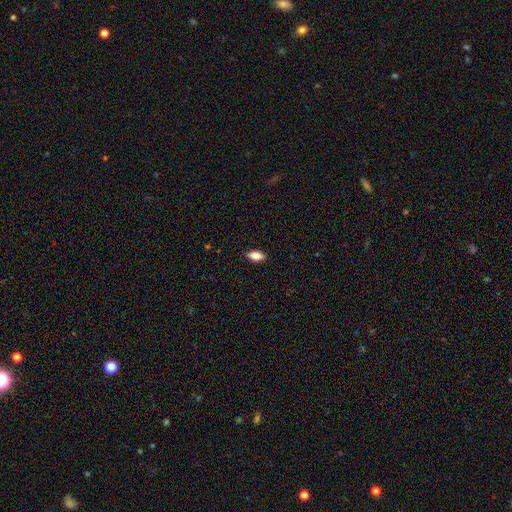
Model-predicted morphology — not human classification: Smooth or featured?
  - smooth: 83% *
  - featured or disk: 10%
  - star or artifact: 8%
How rounded?
  - in between: 89% *
  - cigar-shaped: 7%
  - round: 4%
Merging?
  - none: 88% *
  - minor disturbance: 9%
  - major disturbance: 2%
  - merger: 1%